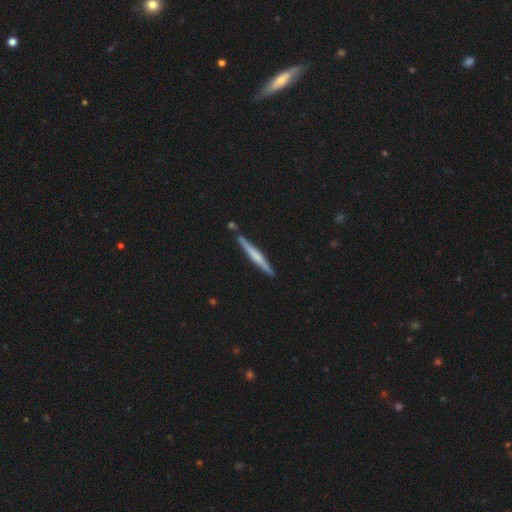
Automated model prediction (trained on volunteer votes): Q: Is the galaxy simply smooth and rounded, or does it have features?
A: featured or disk — 52%.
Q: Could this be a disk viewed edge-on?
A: yes — 97%.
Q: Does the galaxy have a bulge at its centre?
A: none — 44%.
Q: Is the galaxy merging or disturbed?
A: none — 86%.